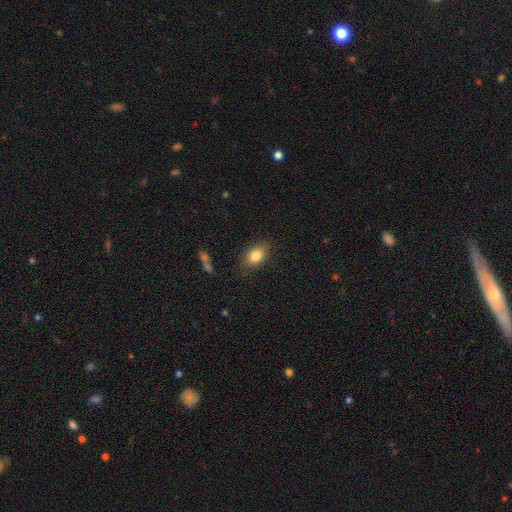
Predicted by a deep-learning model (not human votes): A smooth galaxy with no disk features (82%) that is in between round and cigar-shaped (76%). Merging: none (83%).